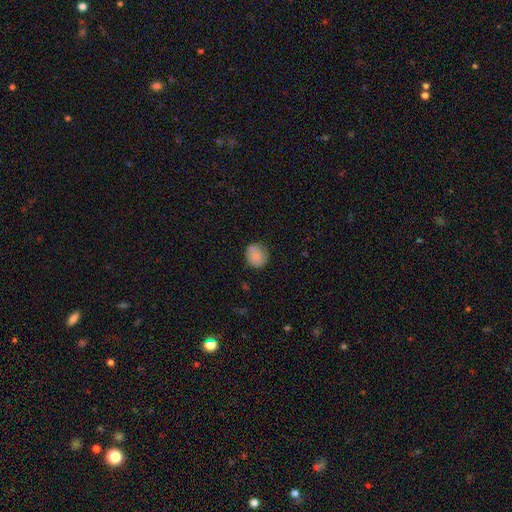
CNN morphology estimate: smooth-or-featured: smooth: 74% | featured or disk: 18% | star or artifact: 8%
  how-rounded: round: 76% | in between: 23% | cigar-shaped: 1%
  merging: none: 75% | minor disturbance: 20% | major disturbance: 4% | merger: 1%